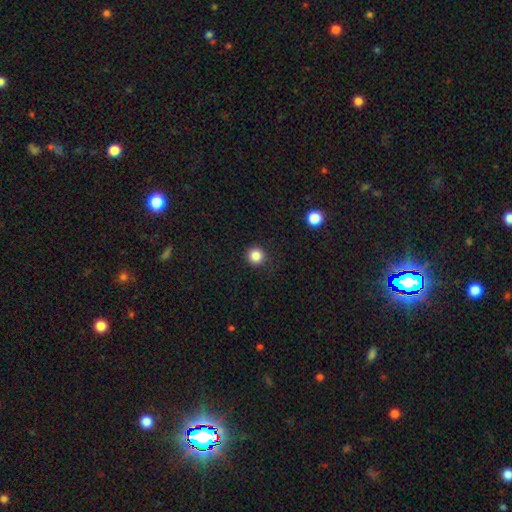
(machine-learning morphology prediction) Smooth or featured? smooth (85%)
How rounded? round (94%)
Merging? none (89%)